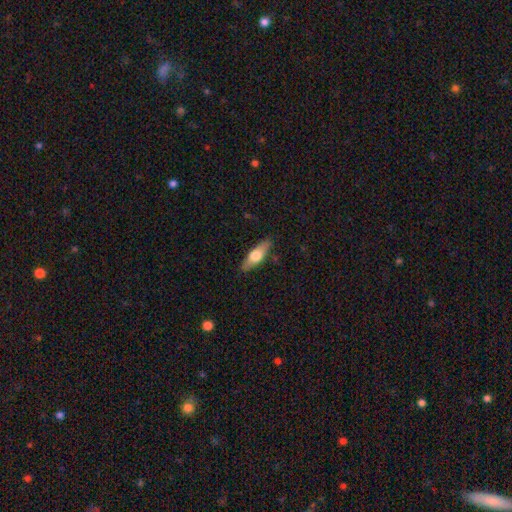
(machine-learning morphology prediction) Q: Smooth or featured?
A: smooth (56%); runner-up: featured or disk (38%)
Q: How rounded?
A: in between (53%); runner-up: cigar-shaped (45%)
Q: Merging?
A: none (86%); runner-up: minor disturbance (10%)